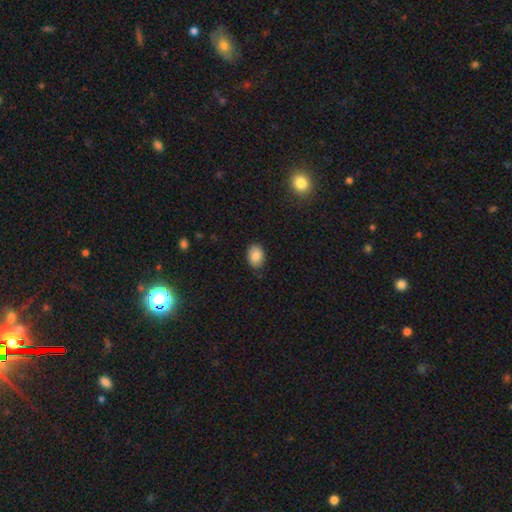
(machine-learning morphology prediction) A smooth galaxy with no disk features (86%) that is in between round and cigar-shaped (76%).

Vote fractions:
- Smooth or featured? smooth: 86% / star or artifact: 8% / featured or disk: 5%
- How rounded? in between: 76% / round: 23% / cigar-shaped: 1%
- Merging? none: 84% / minor disturbance: 12% / major disturbance: 2% / merger: 1%